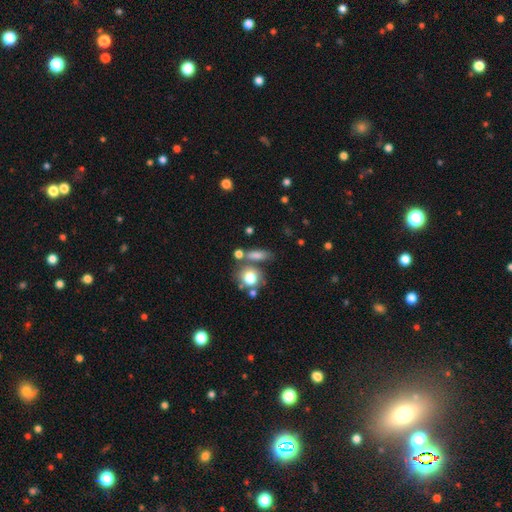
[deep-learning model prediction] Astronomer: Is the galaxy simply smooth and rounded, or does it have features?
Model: smooth — 70%.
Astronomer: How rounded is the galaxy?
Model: in between — 44% (runner-up: round, 39%).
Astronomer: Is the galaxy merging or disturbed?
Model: none — 59%.